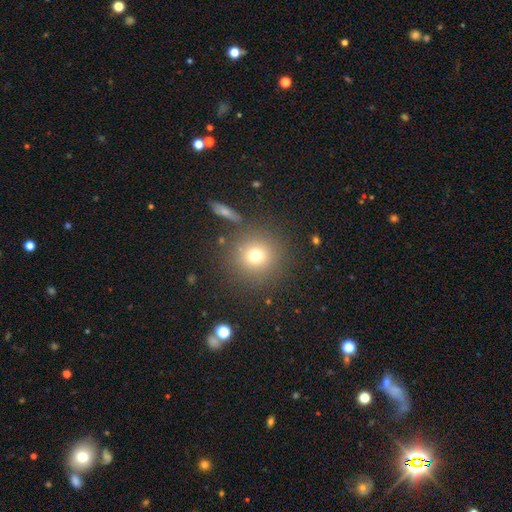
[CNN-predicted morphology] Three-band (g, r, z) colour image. It shows a smooth galaxy with no disk features (73%) that is round (94%). Merging: none (84%).